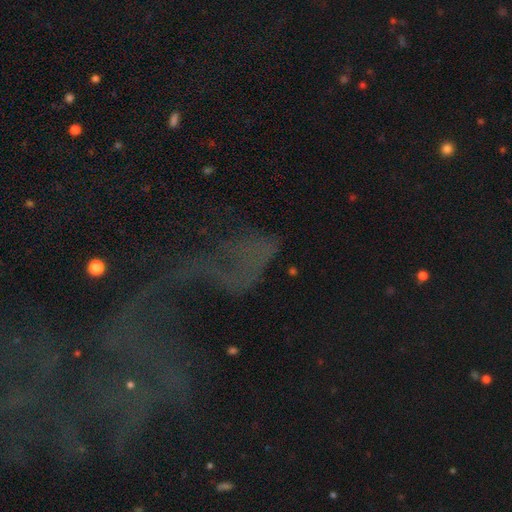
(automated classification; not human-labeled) Smooth or featured? star or artifact (43%)